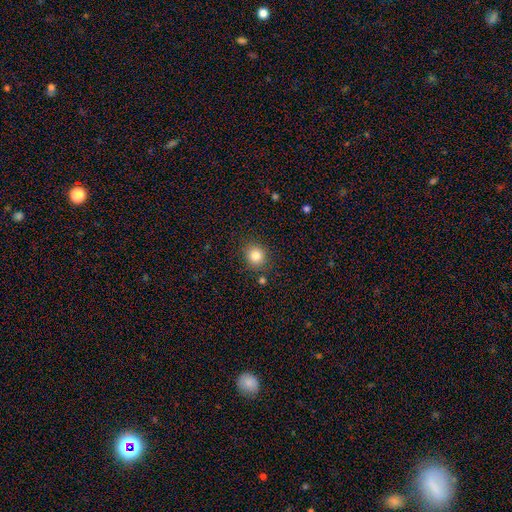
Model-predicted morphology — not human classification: Smooth or featured? Predicted: smooth (p=0.83). How rounded? Predicted: round (p=0.83). Merging? Predicted: none (p=0.84).